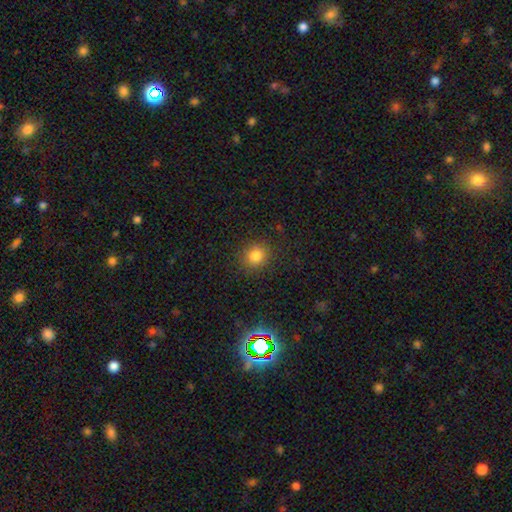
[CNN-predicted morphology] Q: Smooth or featured?
A: smooth (81%); runner-up: star or artifact (13%)
Q: How rounded?
A: round (85%); runner-up: in between (14%)
Q: Merging?
A: none (88%); runner-up: minor disturbance (8%)